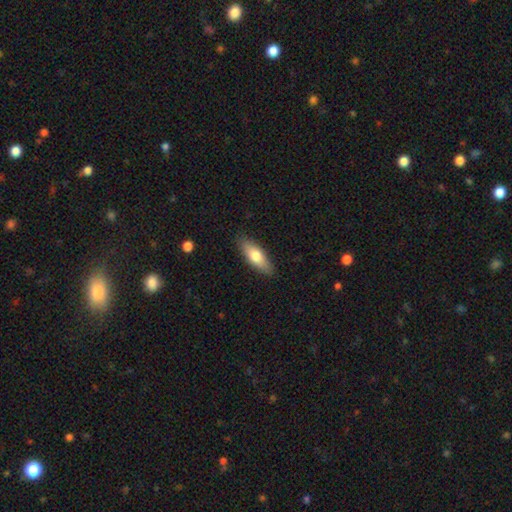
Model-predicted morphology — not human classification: smooth-or-featured: smooth: 68% | featured or disk: 26% | star or artifact: 6%
  how-rounded: in between: 60% | cigar-shaped: 38% | round: 3%
  merging: none: 87% | minor disturbance: 10% | major disturbance: 2% | merger: 1%